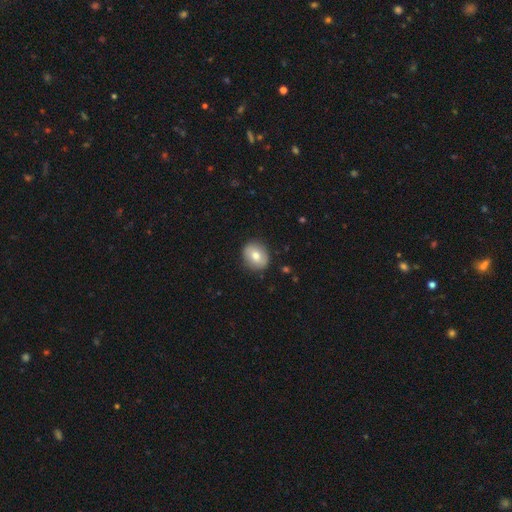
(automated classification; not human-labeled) Q: Smooth or featured?
A: smooth (74%); runner-up: featured or disk (19%)
Q: How rounded?
A: round (62%); runner-up: in between (37%)
Q: Merging?
A: none (87%); runner-up: minor disturbance (9%)